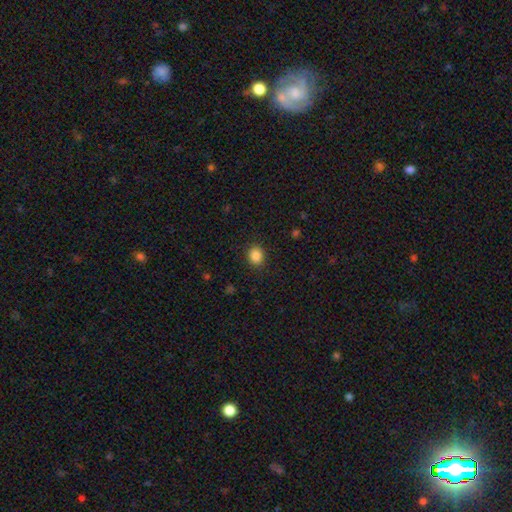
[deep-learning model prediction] A smooth galaxy with no disk features (86%) that is round (74%).

Vote fractions:
- Smooth or featured? smooth: 86% / star or artifact: 10% / featured or disk: 4%
- How rounded? round: 74% / in between: 25% / cigar-shaped: 1%
- Merging? none: 90% / minor disturbance: 7% / major disturbance: 2% / merger: 1%